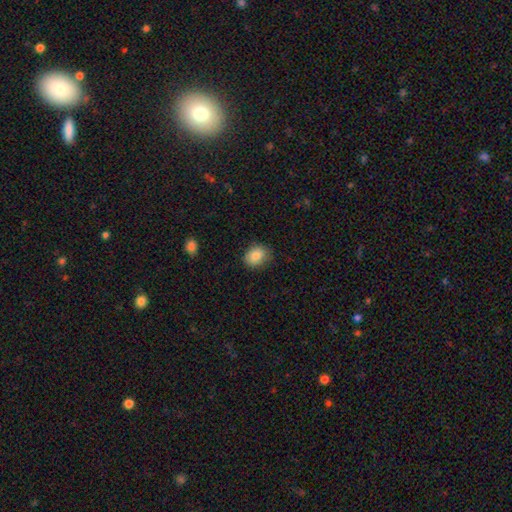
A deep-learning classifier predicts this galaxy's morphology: smooth_or_featured: smooth (p=0.84) [alt: star or artifact p=0.09]
how_rounded: in between (p=0.50) [alt: round p=0.49]
merging: none (p=0.82) [alt: minor disturbance p=0.14]